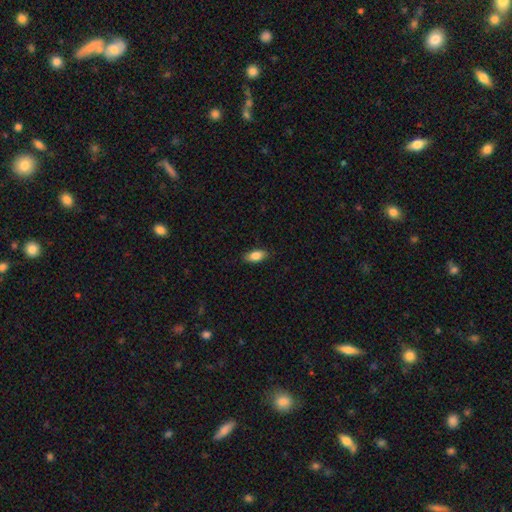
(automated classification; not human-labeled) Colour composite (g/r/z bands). It shows a smooth galaxy with no disk features (85%) that is in between round and cigar-shaped (89%). Merging: none (87%).